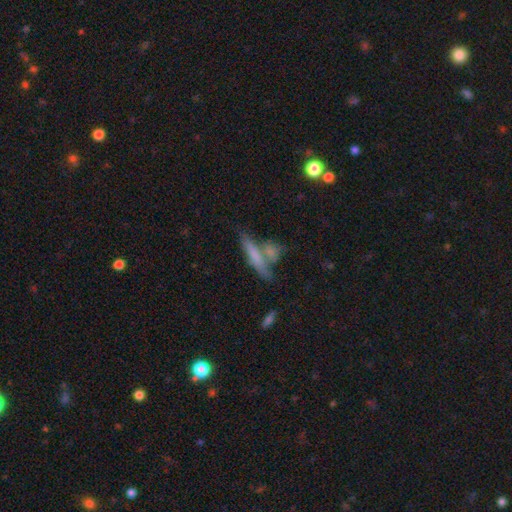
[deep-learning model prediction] Smooth or featured?
  - smooth: 60% *
  - featured or disk: 31%
  - star or artifact: 9%
How rounded?
  - cigar-shaped: 81% *
  - in between: 16%
  - round: 3%
Merging?
  - none: 51% *
  - merger: 32%
  - minor disturbance: 12%
  - major disturbance: 5%